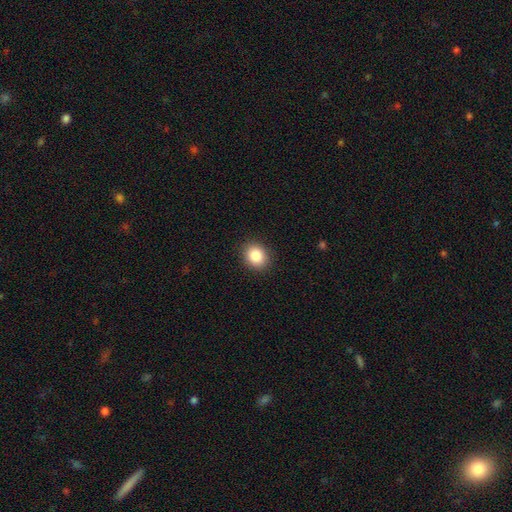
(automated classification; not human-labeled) This is clearly a smooth galaxy (86%). How rounded: likely round (61%). Merging: clearly none (90%).